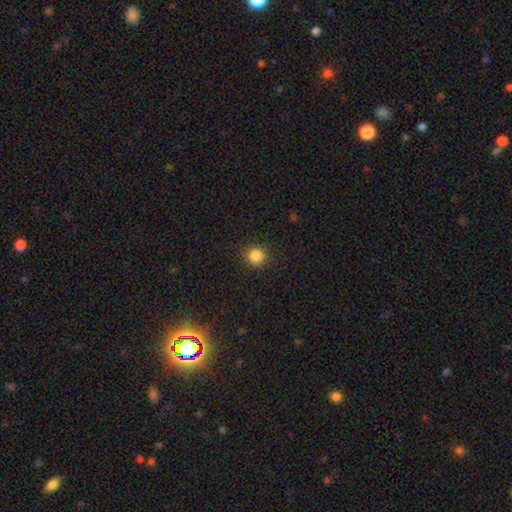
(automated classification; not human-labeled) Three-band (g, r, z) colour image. It shows a smooth galaxy with no disk features (85%) that is round (93%). Merging: none (91%).